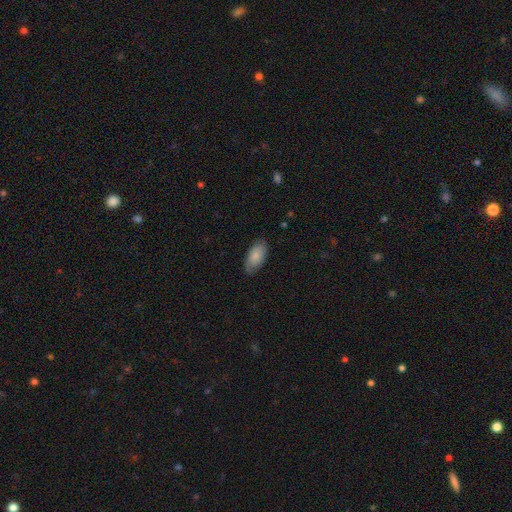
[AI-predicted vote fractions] Q: Smooth or featured?
A: smooth (83%); runner-up: featured or disk (11%)
Q: How rounded?
A: in between (92%); runner-up: cigar-shaped (6%)
Q: Merging?
A: none (82%); runner-up: minor disturbance (14%)